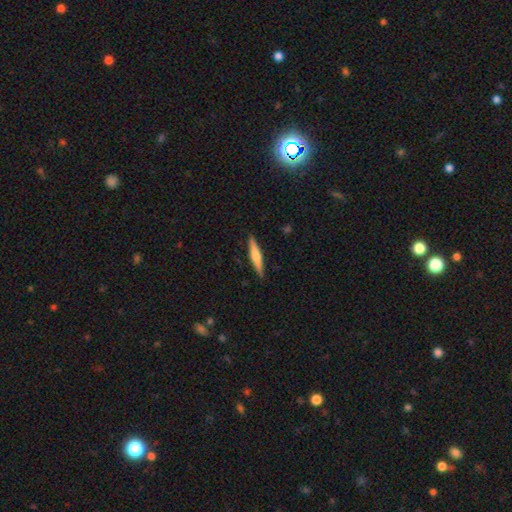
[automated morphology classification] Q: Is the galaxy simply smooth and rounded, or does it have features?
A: featured or disk — 53%.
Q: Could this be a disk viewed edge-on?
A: yes — 97%.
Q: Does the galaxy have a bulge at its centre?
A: rounded — 76%.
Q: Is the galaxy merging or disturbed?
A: none — 90%.